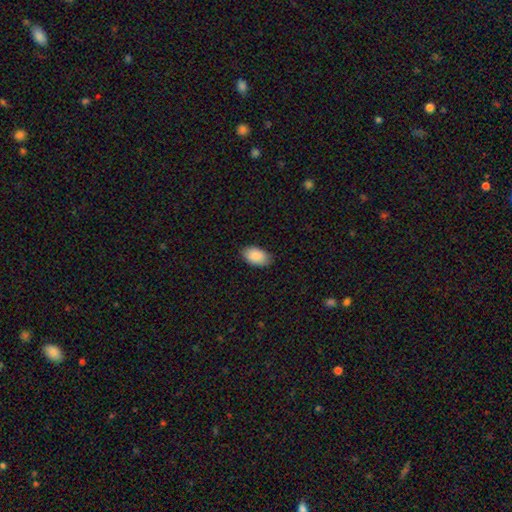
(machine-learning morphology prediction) The model was most divided on "merging": none: 85%, minor disturbance: 12%, major disturbance: 2%, merger: 1%. More confident: how rounded — in between (95%); smooth or featured — smooth (89%).